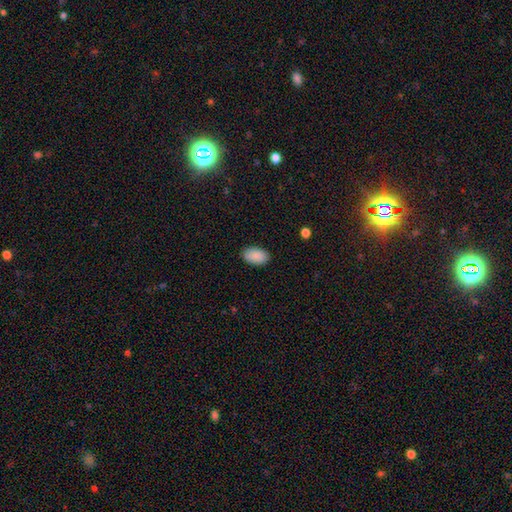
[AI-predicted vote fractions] Smooth or featured?
  - smooth: 90% *
  - star or artifact: 7%
  - featured or disk: 3%
How rounded?
  - in between: 93% *
  - round: 5%
  - cigar-shaped: 1%
Merging?
  - none: 88% *
  - minor disturbance: 9%
  - major disturbance: 2%
  - merger: 1%